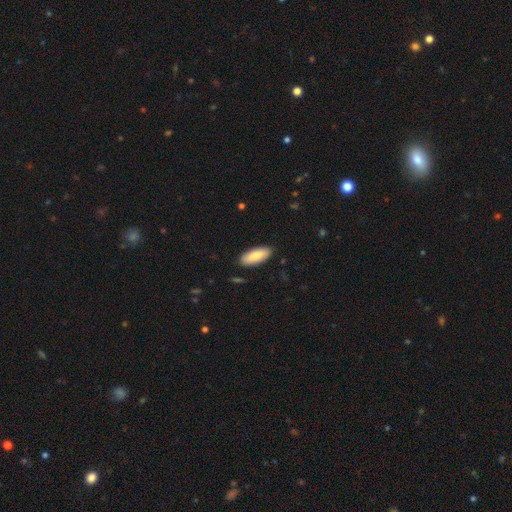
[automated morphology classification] Smooth or featured? Predicted: smooth (p=0.82). How rounded? Predicted: in between (p=0.80). Merging? Predicted: none (p=0.88).